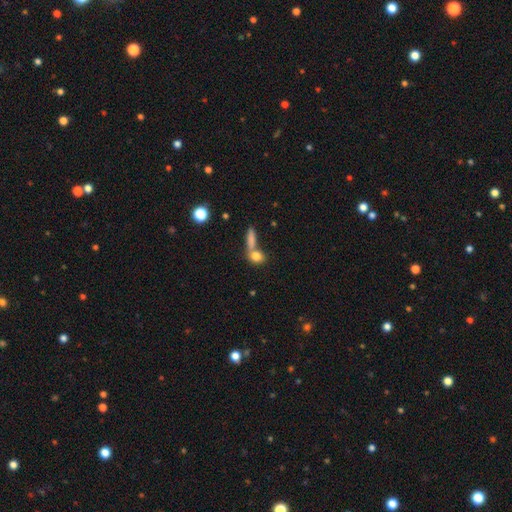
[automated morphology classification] This appears to be a smooth galaxy with no disk features (80%) that is round (47%). Merging: none (44%).